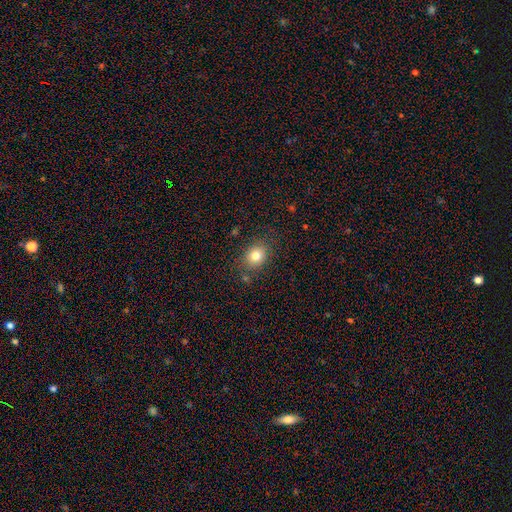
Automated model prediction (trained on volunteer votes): A smooth galaxy with no disk features (79%) that is round (57%).

Vote fractions:
- Smooth or featured? smooth: 79% / star or artifact: 11% / featured or disk: 9%
- How rounded? round: 57% / in between: 42% / cigar-shaped: 1%
- Merging? none: 82% / minor disturbance: 12% / major disturbance: 4% / merger: 3%